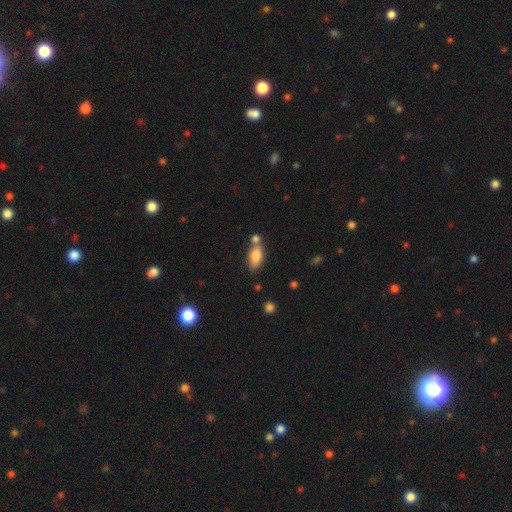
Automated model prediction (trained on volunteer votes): This appears to be a smooth galaxy with no disk features (82%) that is in between round and cigar-shaped (87%). Merging: none (57%).